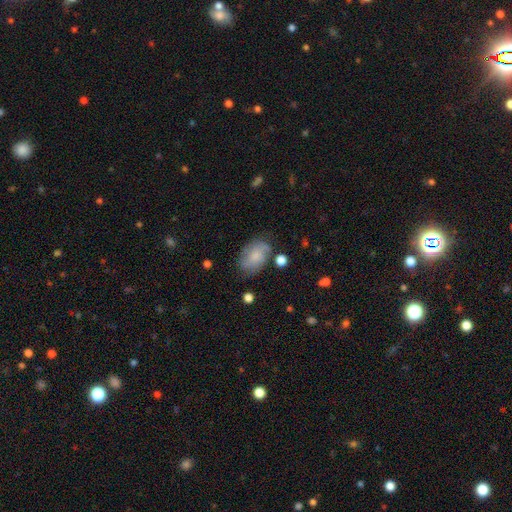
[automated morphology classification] smooth-or-featured: smooth: 57% | featured or disk: 35% | star or artifact: 8%
  how-rounded: in between: 84% | round: 14% | cigar-shaped: 2%
  merging: none: 66% | minor disturbance: 22% | major disturbance: 8% | merger: 4%